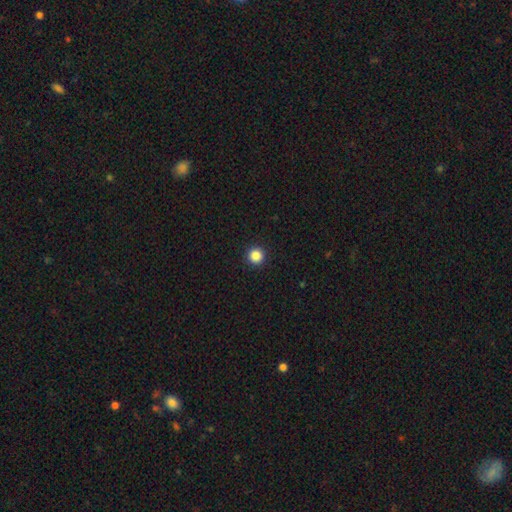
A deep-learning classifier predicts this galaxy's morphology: A smooth galaxy with no disk features (86%) that is round (96%).

Vote fractions:
- Smooth or featured? smooth: 86% / star or artifact: 11% / featured or disk: 3%
- How rounded? round: 96% / in between: 3% / cigar-shaped: 1%
- Merging? none: 93% / minor disturbance: 4% / major disturbance: 1% / merger: 1%